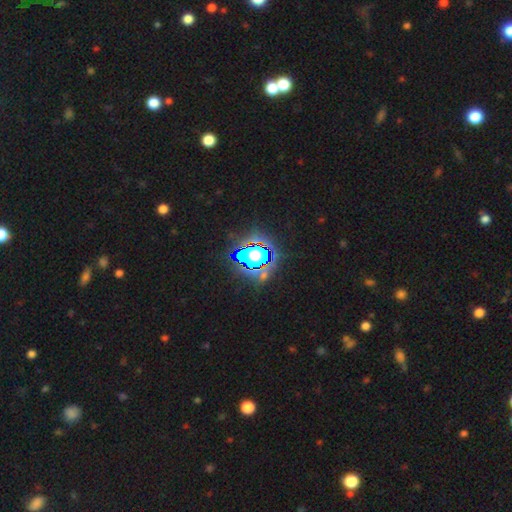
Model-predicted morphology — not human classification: A star or artifact, not a galaxy (72%).

Vote fractions:
- Smooth or featured? star or artifact: 72% / smooth: 17% / featured or disk: 11%